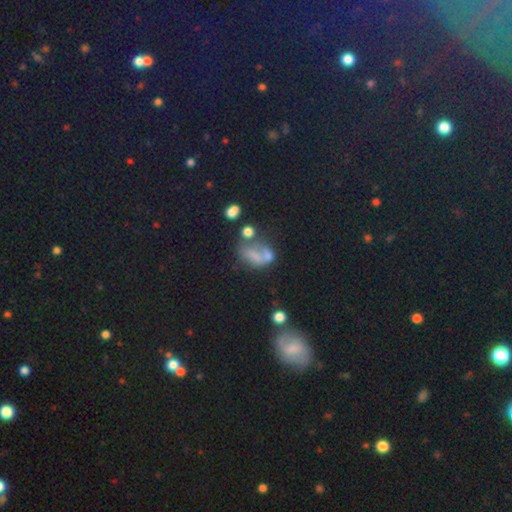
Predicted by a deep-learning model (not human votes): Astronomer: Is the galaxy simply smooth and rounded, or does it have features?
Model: smooth — 43% (runner-up: featured or disk, 29%).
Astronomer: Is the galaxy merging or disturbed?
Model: none — 30% (runner-up: merger, 27%).